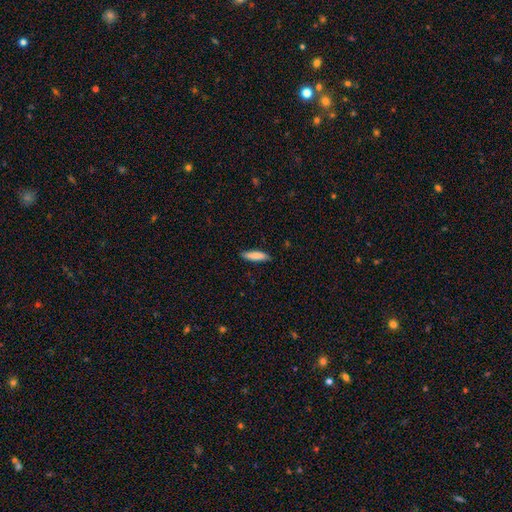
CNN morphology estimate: smooth 83%, featured or disk 12%, star or artifact 6%. Down the decision tree: how rounded — cigar-shaped (69%); merging — none (86%).